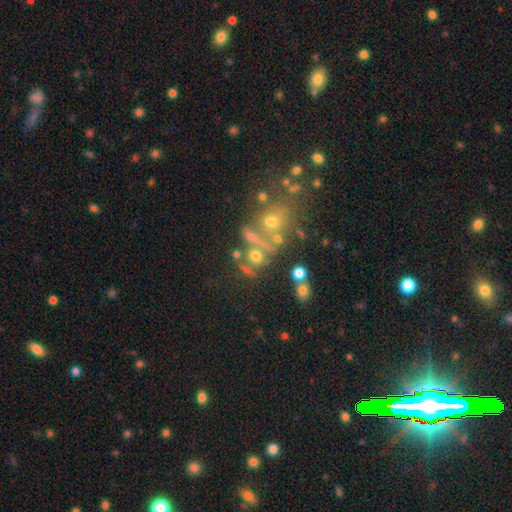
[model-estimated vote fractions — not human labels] This is possibly a smooth galaxy (55%). How rounded: likely round (73%). Merging: possibly none (46%).